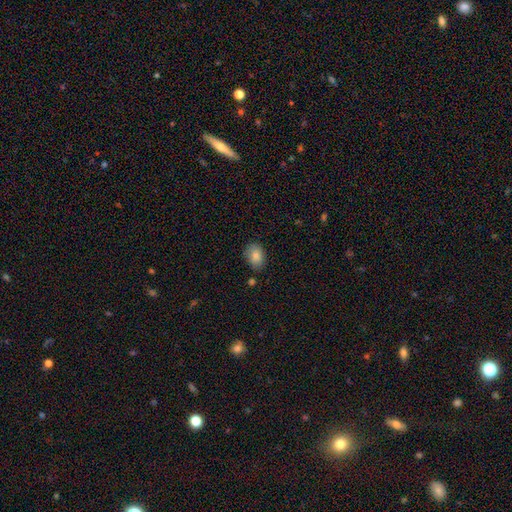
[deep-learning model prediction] smooth_or_featured: smooth (p=0.85) [alt: star or artifact p=0.08]
how_rounded: in between (p=0.76) [alt: round p=0.23]
merging: none (p=0.79) [alt: minor disturbance p=0.15]